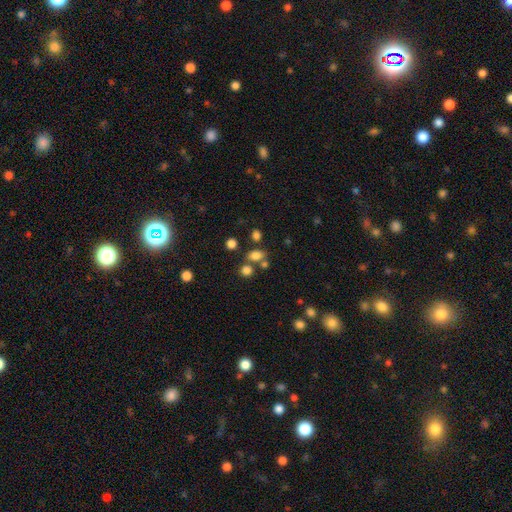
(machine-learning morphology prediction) This is likely a smooth galaxy (76%). How rounded: likely in between (60%). Merging: likely none (65%).